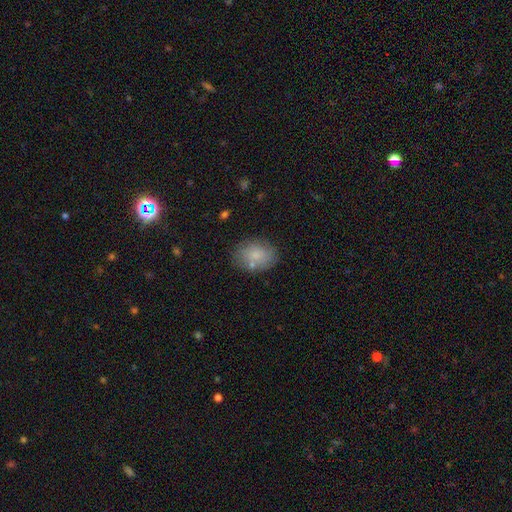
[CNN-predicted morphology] Smooth or featured: smooth — 78% (featured or disk — 13%)
How rounded: in between — 67% (round — 32%)
Merging: none — 74% (minor disturbance — 16%)